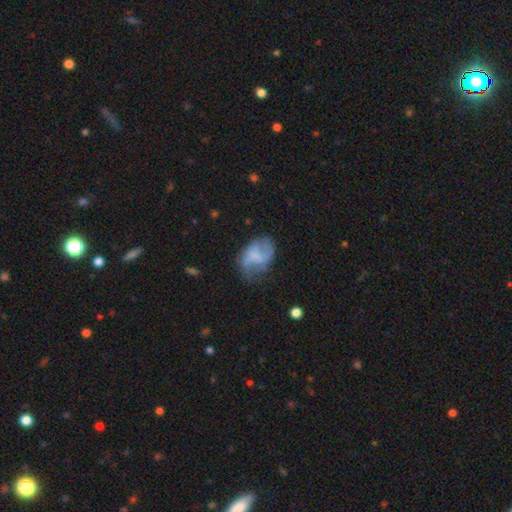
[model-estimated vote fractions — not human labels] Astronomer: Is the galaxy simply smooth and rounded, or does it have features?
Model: featured or disk — 49% (runner-up: smooth, 42%).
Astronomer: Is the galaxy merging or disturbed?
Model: none — 43% (runner-up: minor disturbance, 30%).